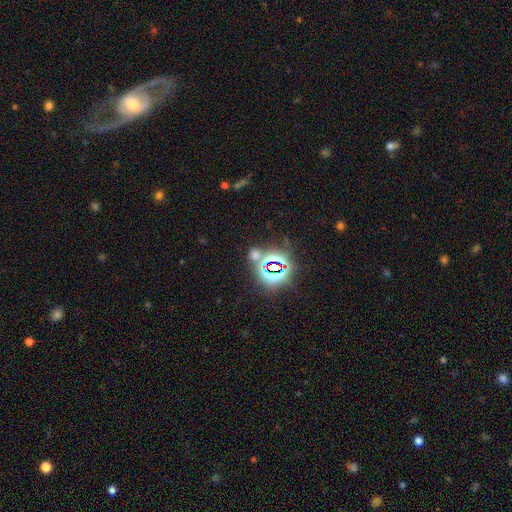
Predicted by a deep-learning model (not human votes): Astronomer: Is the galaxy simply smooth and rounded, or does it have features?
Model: star or artifact — 61%.